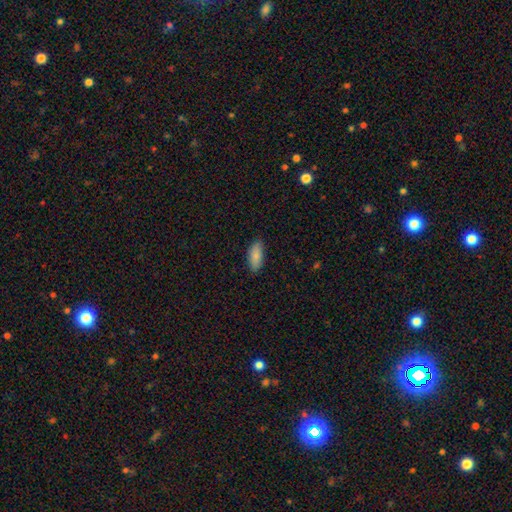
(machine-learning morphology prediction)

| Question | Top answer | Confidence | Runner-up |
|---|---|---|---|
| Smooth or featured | smooth | 85% | featured or disk (9%) |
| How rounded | in between | 84% | cigar-shaped (14%) |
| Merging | none | 86% | minor disturbance (11%) |